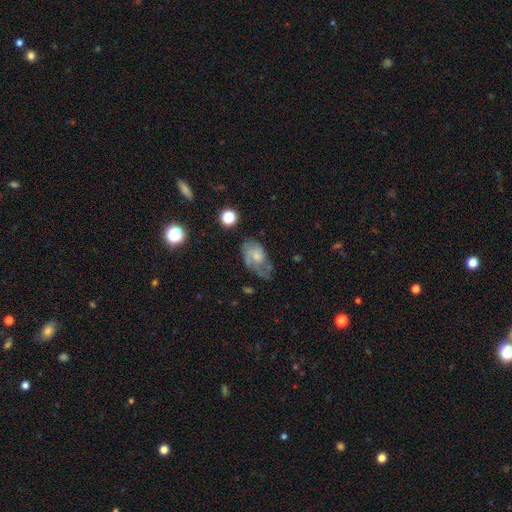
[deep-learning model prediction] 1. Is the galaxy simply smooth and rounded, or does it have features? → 50% featured or disk, 40% smooth, 10% star or artifact.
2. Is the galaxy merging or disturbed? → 41% none, 31% minor disturbance, 25% major disturbance, 3% merger.